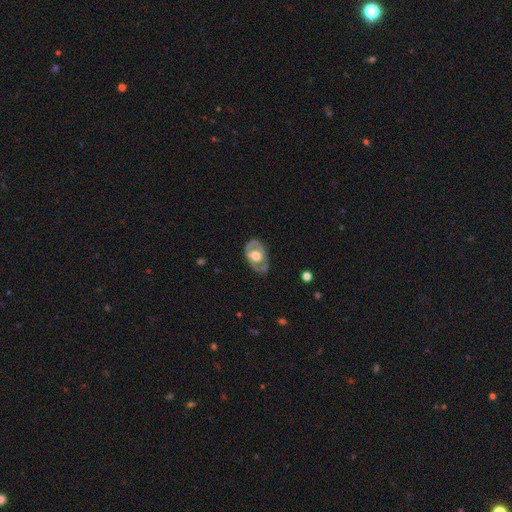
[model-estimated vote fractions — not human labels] This appears to be a featured or disk galaxy (64%) with no bar (72%), no spiral arms (56%) and a moderate central bulge (47%). Merging: none (66%).